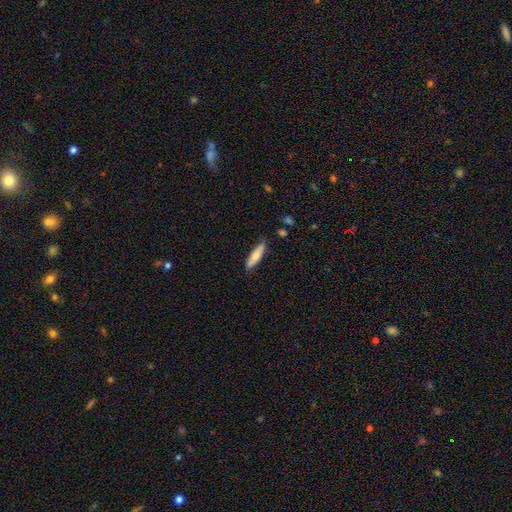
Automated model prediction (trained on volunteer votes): smooth 70%, featured or disk 24%, star or artifact 6%. Down the decision tree: how rounded — cigar-shaped (72%); merging — none (83%).